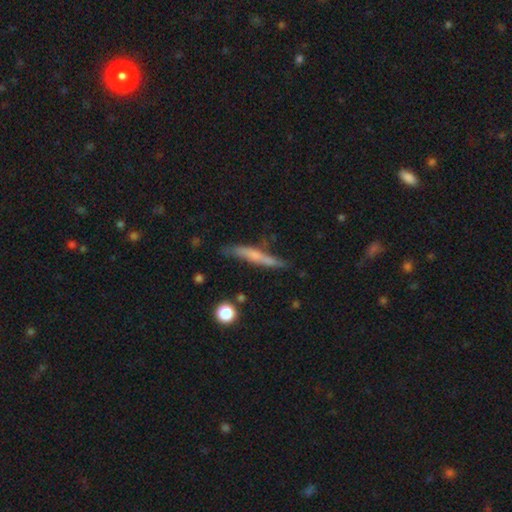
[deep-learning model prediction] Overall: smooth (49%; featured or disk 43%). Merging: none (68%).